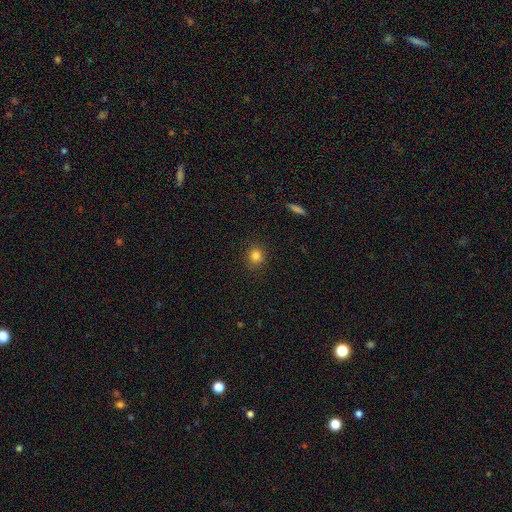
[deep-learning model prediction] Overall: smooth (83%). How rounded: round (90%). Merging: none (90%).